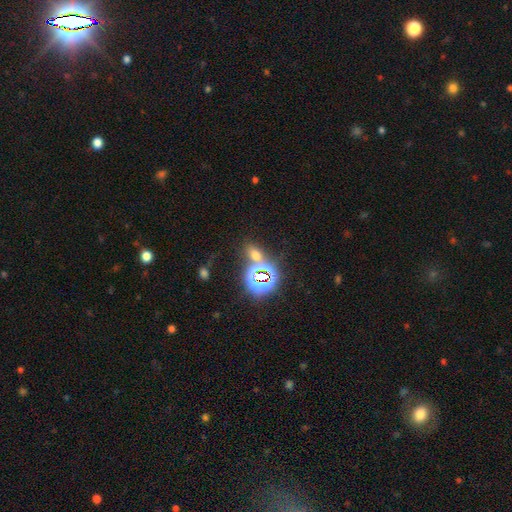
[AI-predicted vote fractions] A smooth galaxy with no disk features (46%). Merging: none (69%).